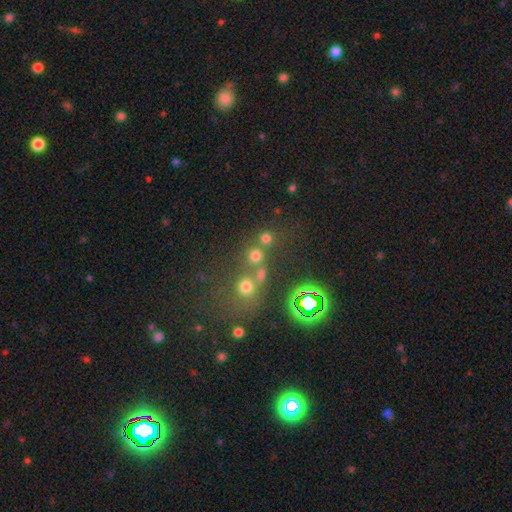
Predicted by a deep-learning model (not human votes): A smooth galaxy with no disk features (68%) that is round (89%).

Vote fractions:
- Smooth or featured? smooth: 68% / star or artifact: 24% / featured or disk: 8%
- How rounded? round: 89% / in between: 10% / cigar-shaped: 1%
- Merging? none: 65% / merger: 24% / minor disturbance: 7% / major disturbance: 4%